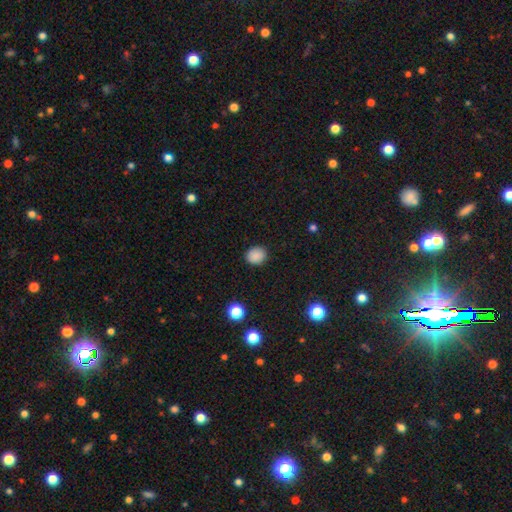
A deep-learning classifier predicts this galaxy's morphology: smooth-or-featured: smooth: 86% | star or artifact: 11% | featured or disk: 3%
  how-rounded: round: 72% | in between: 27% | cigar-shaped: 1%
  merging: none: 89% | minor disturbance: 8% | major disturbance: 2% | merger: 1%